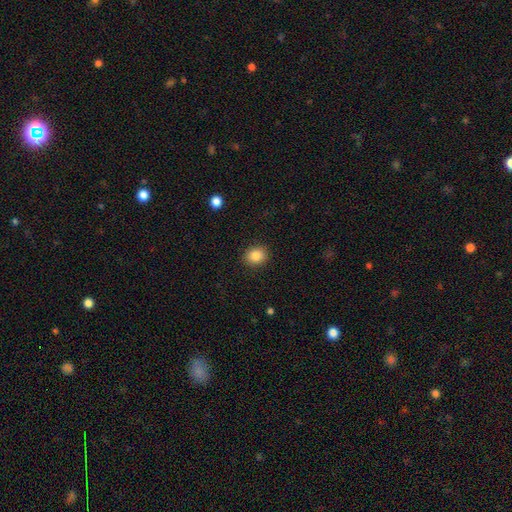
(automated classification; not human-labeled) A smooth galaxy with no disk features (86%) that is round (60%).

Vote fractions:
- Smooth or featured? smooth: 86% / star or artifact: 9% / featured or disk: 5%
- How rounded? round: 60% / in between: 39% / cigar-shaped: 1%
- Merging? none: 90% / minor disturbance: 7% / major disturbance: 2% / merger: 1%